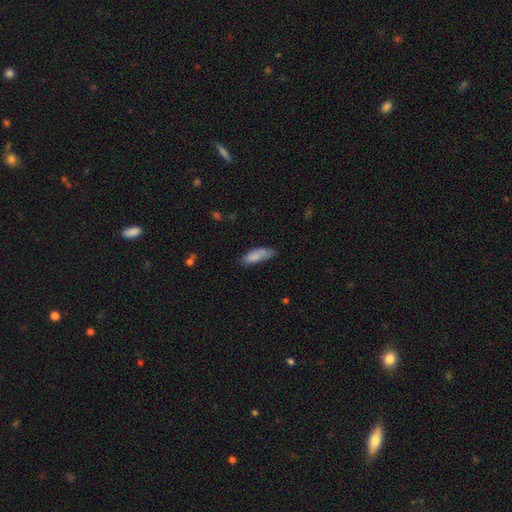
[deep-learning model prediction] smooth_or_featured: smooth (p=0.81) [alt: featured or disk p=0.12]
how_rounded: in between (p=0.62) [alt: cigar-shaped p=0.36]
merging: none (p=0.59) [alt: minor disturbance p=0.28]